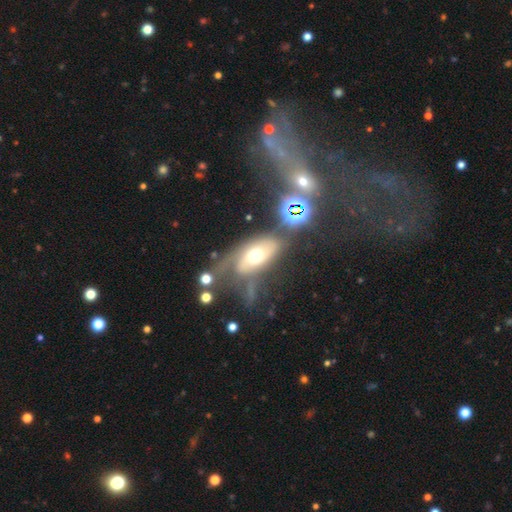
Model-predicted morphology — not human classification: Smooth or featured: featured or disk — 46% (smooth — 41%)
Merging: none — 37% (major disturbance — 31%)